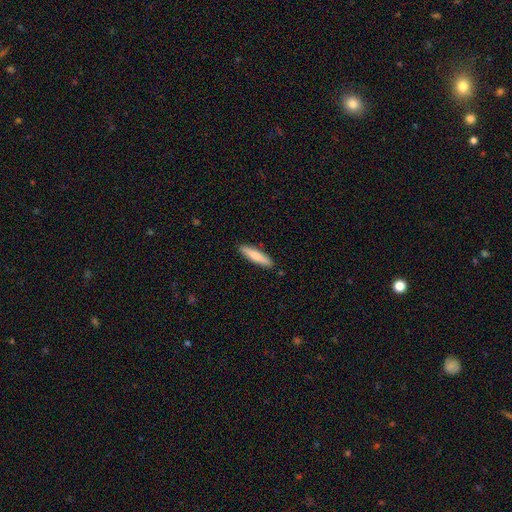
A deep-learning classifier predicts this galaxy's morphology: This appears to be a smooth galaxy with no disk features (77%) that is cigar-shaped (81%). Merging: none (89%).